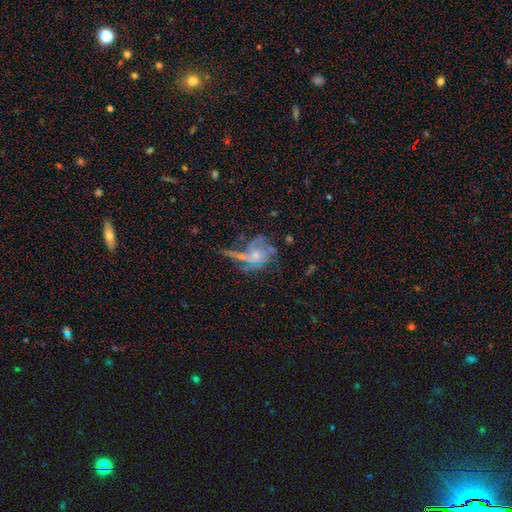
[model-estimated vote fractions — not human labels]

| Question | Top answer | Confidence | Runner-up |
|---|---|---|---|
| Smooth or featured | featured or disk | 65% | smooth (23%) |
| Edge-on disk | no | 96% | yes (4%) |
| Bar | no | 80% | weak (16%) |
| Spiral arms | yes | 74% | no (26%) |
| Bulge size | small | 57% | moderate (32%) |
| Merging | none | 36% | major disturbance (29%) |